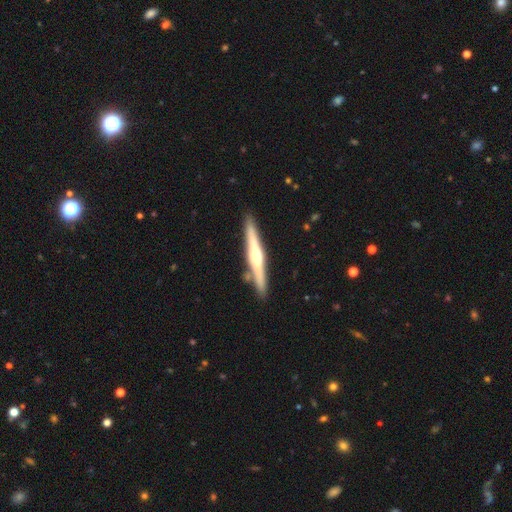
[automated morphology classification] Smooth or featured? Predicted: featured or disk (p=0.66). Edge-on disk? Predicted: yes (p=0.97). Edge-on bulge? Predicted: rounded (p=0.82). Merging? Predicted: none (p=0.86).